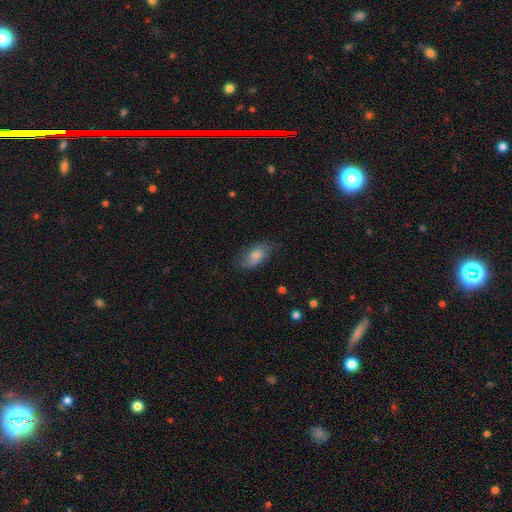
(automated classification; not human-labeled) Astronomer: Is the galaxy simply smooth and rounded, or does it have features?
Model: smooth — 66%.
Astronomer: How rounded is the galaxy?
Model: in between — 90%.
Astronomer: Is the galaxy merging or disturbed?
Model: none — 61%.